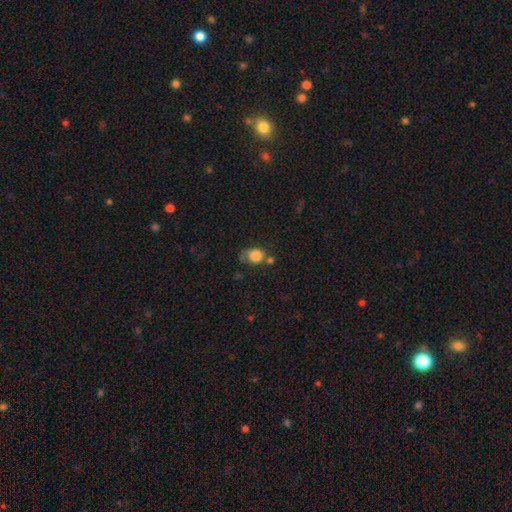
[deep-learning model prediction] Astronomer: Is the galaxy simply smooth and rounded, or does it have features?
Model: smooth — 82%.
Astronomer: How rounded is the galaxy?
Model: round — 60% (runner-up: in between, 39%).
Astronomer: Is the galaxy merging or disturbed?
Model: none — 41% (runner-up: minor disturbance, 27%).